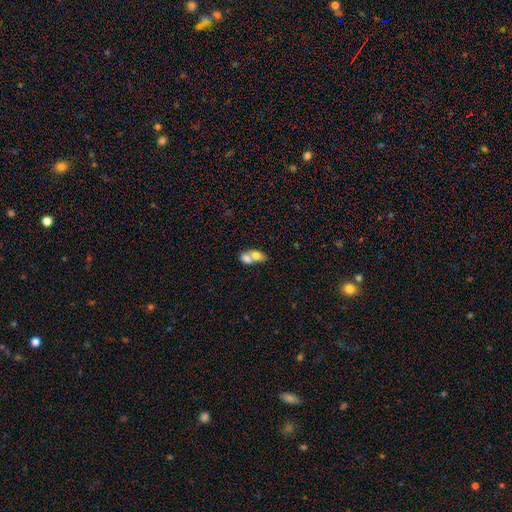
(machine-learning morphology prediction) smooth 69%, featured or disk 23%, star or artifact 8%. Down the decision tree: how rounded — in between (74%); merging — merger (74%).